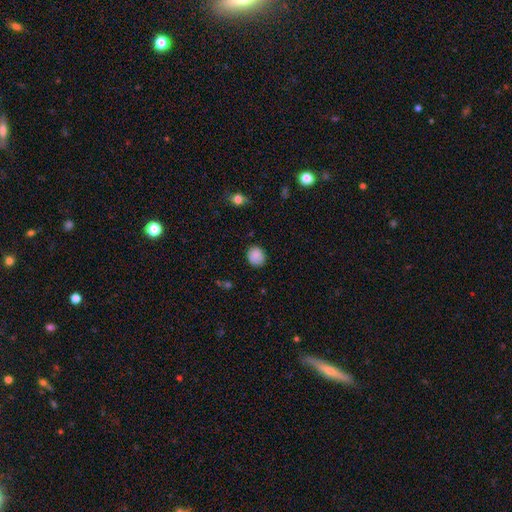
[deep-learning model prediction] Overall: smooth (88%). How rounded: round (75%). Merging: none (84%).